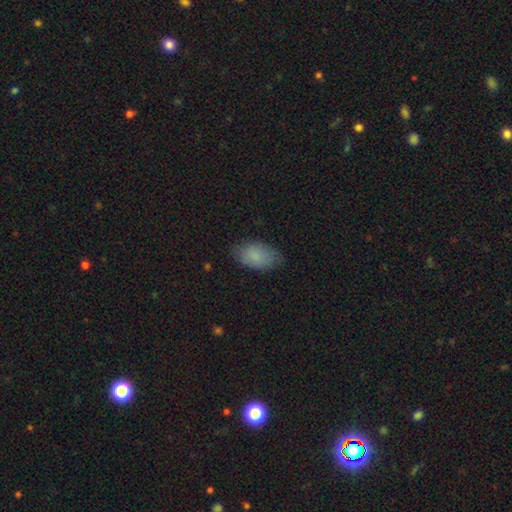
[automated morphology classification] This is clearly a smooth galaxy (84%). How rounded: clearly in between (92%). Merging: likely none (73%).